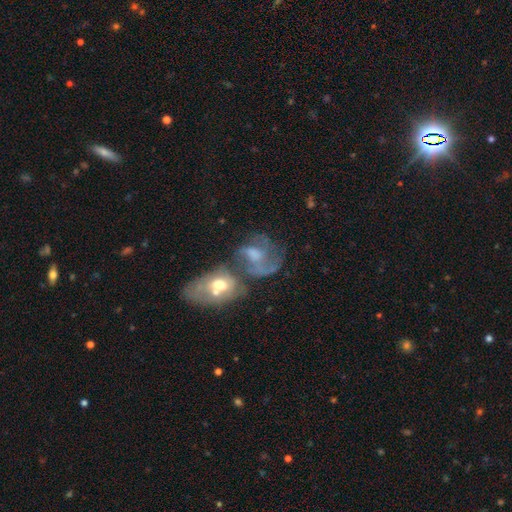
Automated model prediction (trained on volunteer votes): Smooth or featured: featured or disk — 65% (smooth — 26%)
Edge-on disk: no — 97% (yes — 3%)
Bar: no — 61% (weak — 32%)
Spiral arms: yes — 68% (no — 32%)
Bulge size: moderate — 45% (none — 21%)
Merging: merger — 42% (none — 26%)